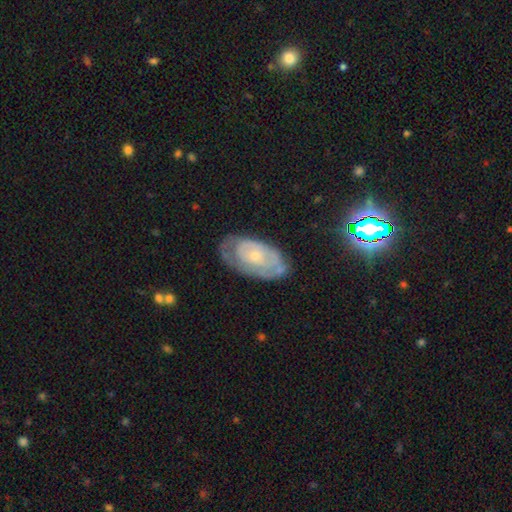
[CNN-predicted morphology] Overall: featured or disk (65%; smooth 28%). Edge-on disk: no (93%). Bar: no (83%). Spiral arms: yes (62%; no 38%). Bulge size: small (69%). Merging: none (59%; minor disturbance 27%).